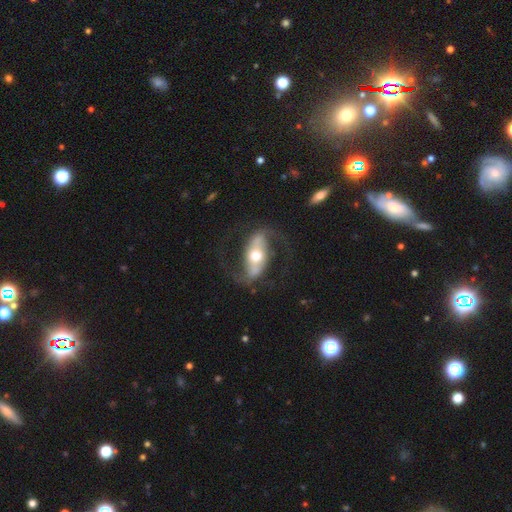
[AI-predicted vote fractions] A featured or disk galaxy (83%) with a strong bar (51%), 2 (92%) loose (51%) spiral arms (90%) and a moderate central bulge (70%). Merging: none (72%).